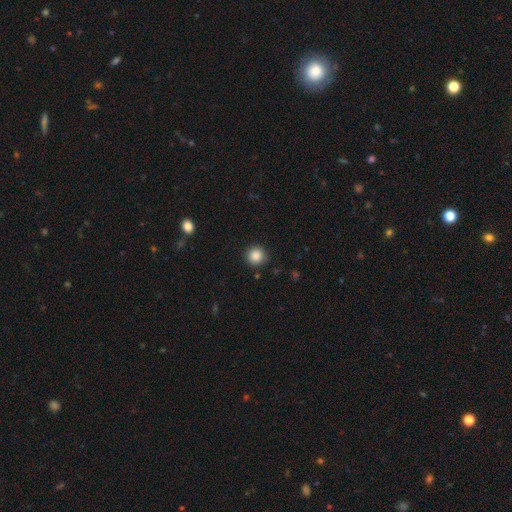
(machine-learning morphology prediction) The model was most divided on "smooth or featured": smooth: 87%, star or artifact: 10%, featured or disk: 3%. More confident: how rounded — round (94%); merging — none (90%).